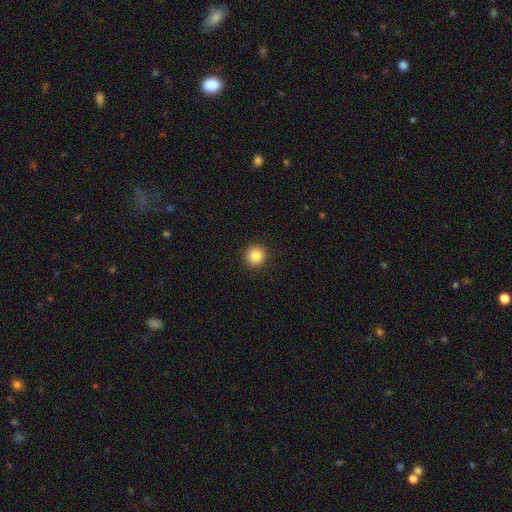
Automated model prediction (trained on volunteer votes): Overall: smooth (87%). How rounded: round (94%). Merging: none (93%).